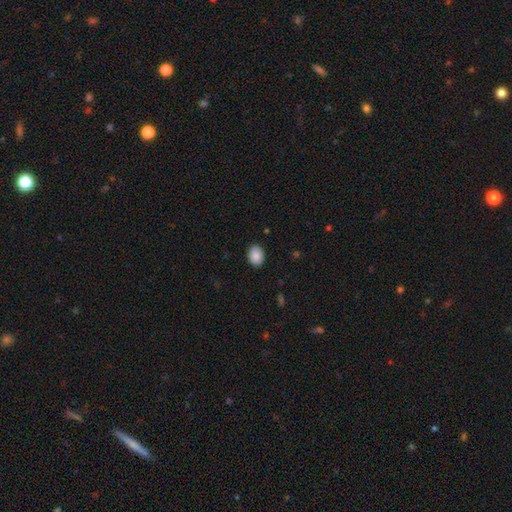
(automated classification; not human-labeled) smooth_or_featured: smooth (p=0.89) [alt: star or artifact p=0.07]
how_rounded: in between (p=0.63) [alt: round p=0.36]
merging: none (p=0.88) [alt: minor disturbance p=0.09]